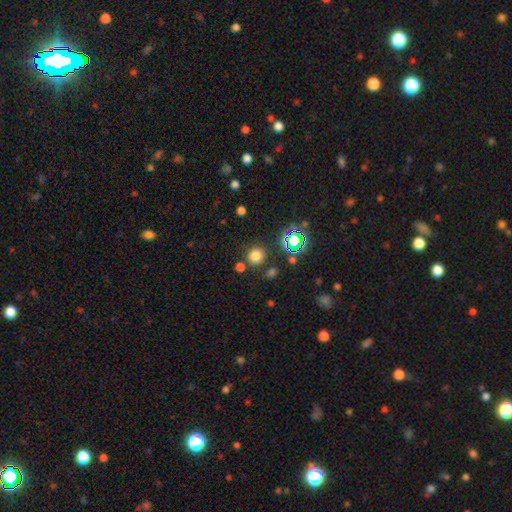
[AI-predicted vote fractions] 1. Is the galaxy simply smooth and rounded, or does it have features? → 73% smooth, 21% star or artifact, 5% featured or disk.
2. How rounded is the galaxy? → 89% round, 10% in between, 1% cigar-shaped.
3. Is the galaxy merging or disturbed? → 81% none, 8% minor disturbance, 7% merger, 4% major disturbance.